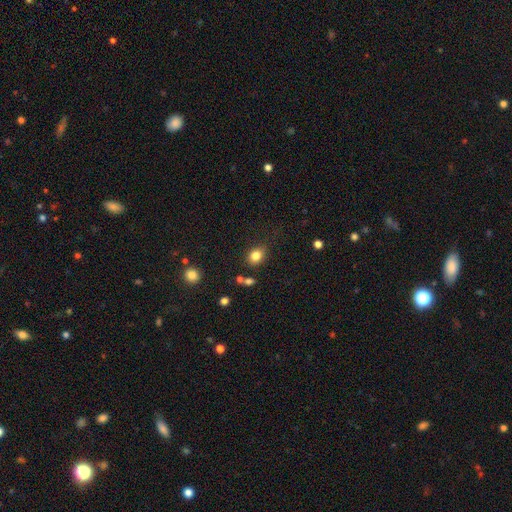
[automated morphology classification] smooth 82%, star or artifact 11%, featured or disk 7%. Down the decision tree: how rounded — in between (54%); merging — none (77%).